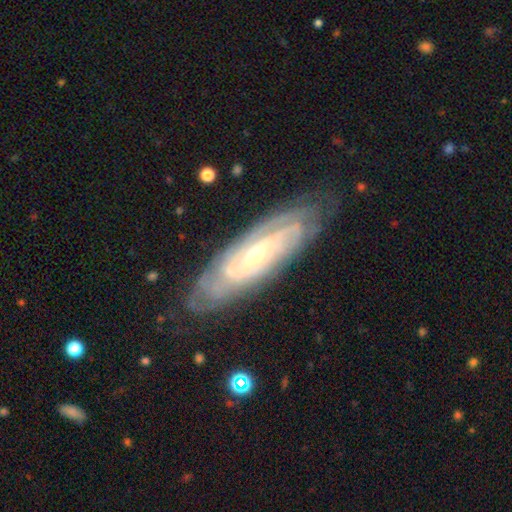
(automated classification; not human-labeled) This appears to be a featured or disk galaxy (85%) with no bar (40%), tight (74%) spiral arms (94%) and a small central bulge (55%). Merging: none (78%).